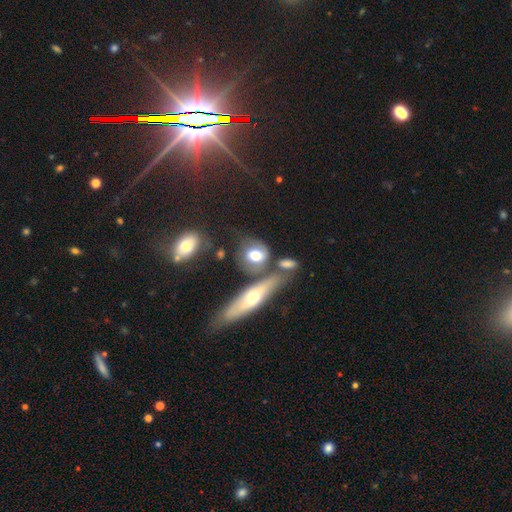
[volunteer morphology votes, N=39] Smooth or featured? 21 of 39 (54%) said smooth. How rounded? 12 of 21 (57%) said round. Merging? 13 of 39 (33%) said merger.